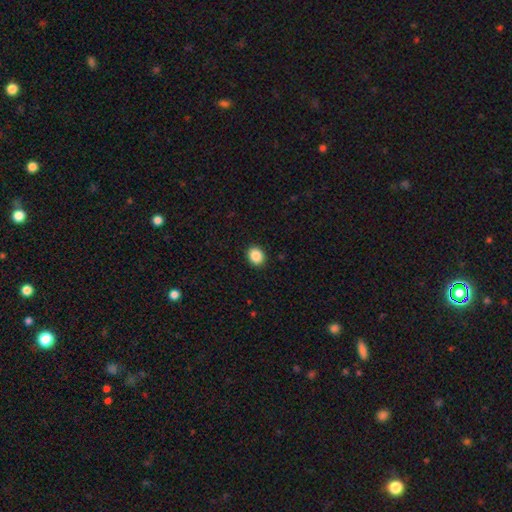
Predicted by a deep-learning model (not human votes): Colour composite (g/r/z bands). It shows a smooth galaxy with no disk features (88%) that is round (59%). Merging: none (92%).